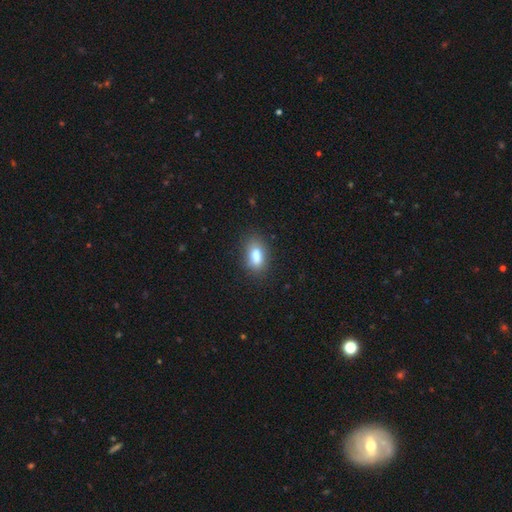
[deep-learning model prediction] Smooth or featured?
  - smooth: 80% *
  - featured or disk: 11%
  - star or artifact: 9%
How rounded?
  - in between: 86% *
  - round: 11%
  - cigar-shaped: 4%
Merging?
  - none: 82% *
  - minor disturbance: 13%
  - major disturbance: 4%
  - merger: 2%